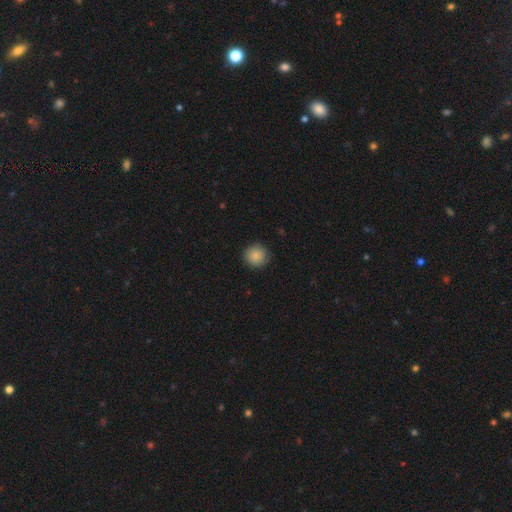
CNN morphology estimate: Overall: smooth (87%). How rounded: round (94%). Merging: none (90%).